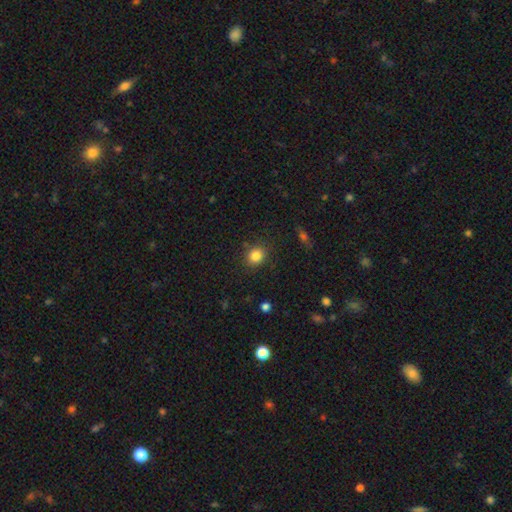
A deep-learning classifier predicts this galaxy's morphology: Smooth or featured? smooth (84%)
How rounded? round (73%)
Merging? none (85%)